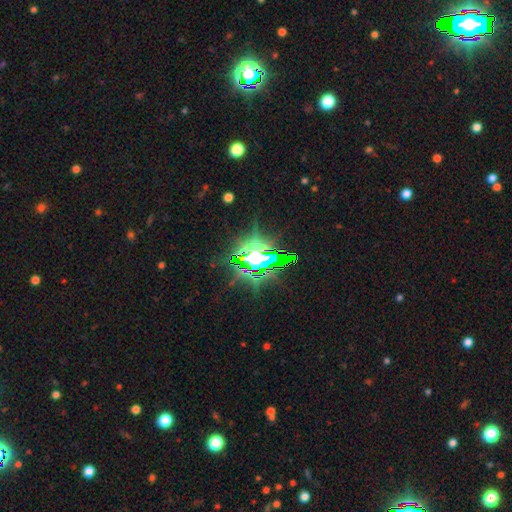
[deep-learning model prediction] Morphology: type=star or artifact (79%).